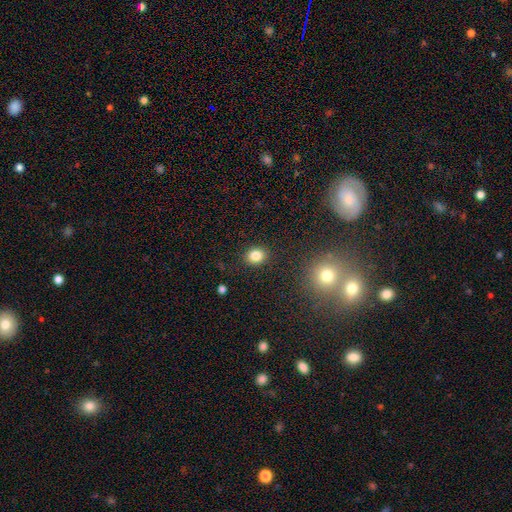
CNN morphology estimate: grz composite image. It shows a smooth galaxy with no disk features (83%) that is round (60%). Merging: none (89%).